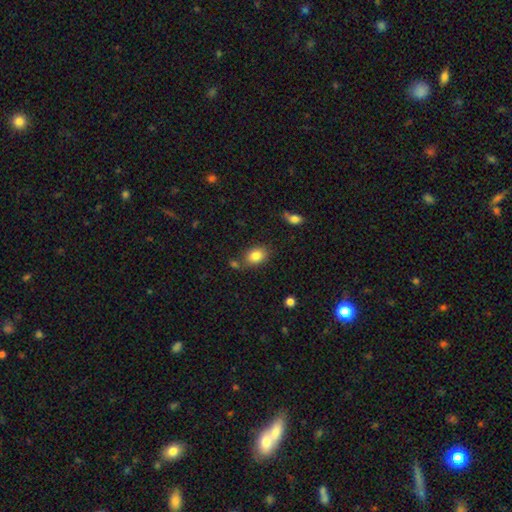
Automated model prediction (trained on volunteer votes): A smooth galaxy with no disk features (83%) that is in between round and cigar-shaped (71%). Merging: none (73%).